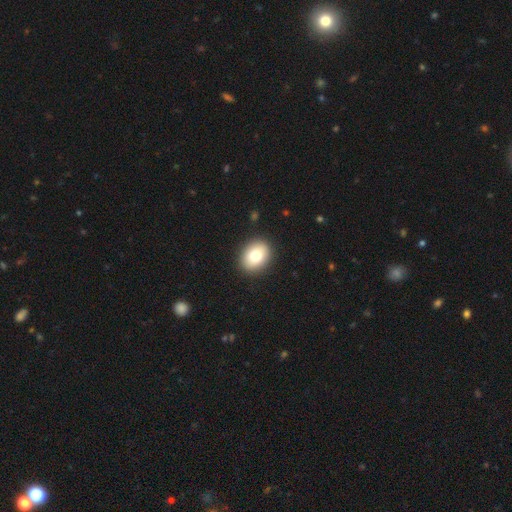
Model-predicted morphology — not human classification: This appears to be a smooth galaxy with no disk features (78%) that is in between round and cigar-shaped (57%). Merging: none (90%).